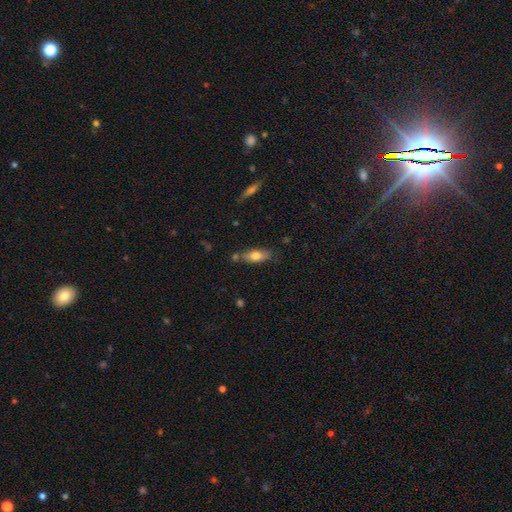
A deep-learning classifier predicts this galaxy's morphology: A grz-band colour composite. It shows a smooth galaxy with no disk features (72%) that is in between round and cigar-shaped (75%). Merging: none (72%).